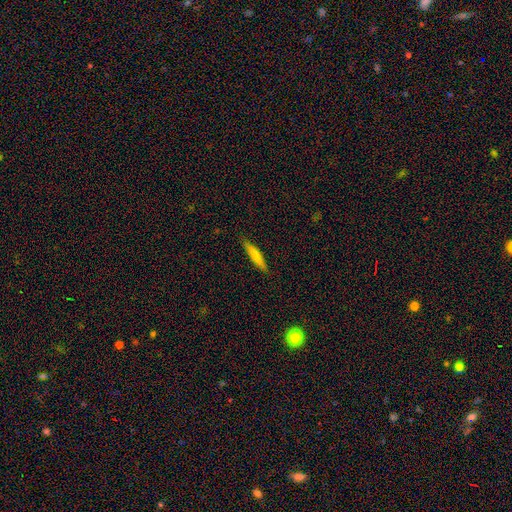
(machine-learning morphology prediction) Smooth or featured? Predicted: smooth (p=0.69). How rounded? Predicted: cigar-shaped (p=0.89). Merging? Predicted: none (p=0.88).